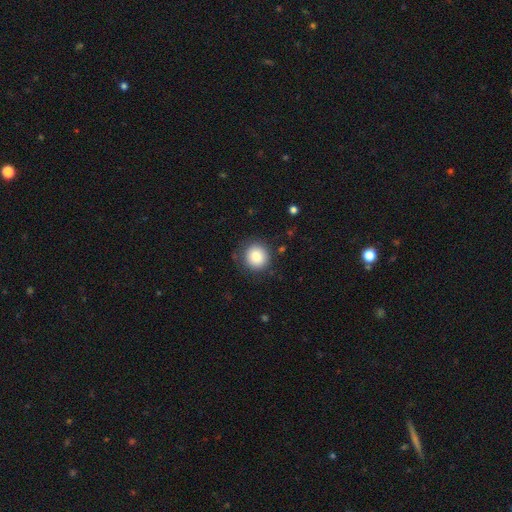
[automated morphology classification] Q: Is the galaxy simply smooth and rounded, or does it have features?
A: smooth — 84%.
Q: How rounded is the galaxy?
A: round — 92%.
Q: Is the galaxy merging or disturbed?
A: none — 85%.